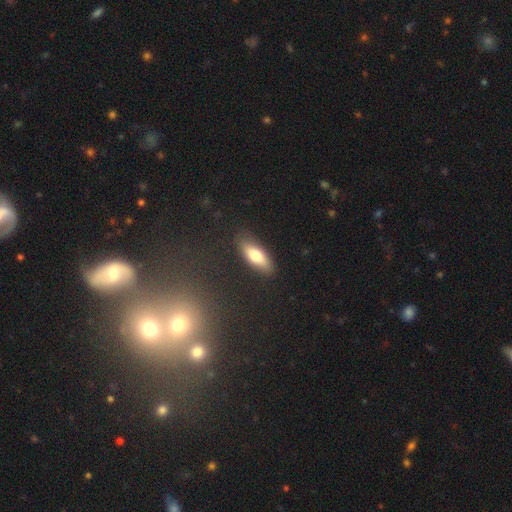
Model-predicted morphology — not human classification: A smooth galaxy with no disk features (73%) that is in between round and cigar-shaped (68%). Merging: none (86%).